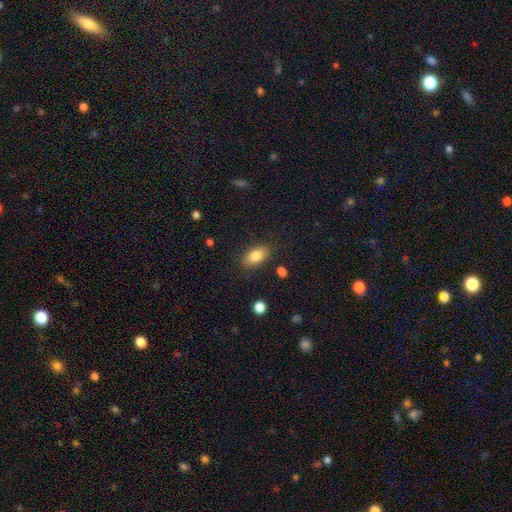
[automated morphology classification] Overall: smooth (83%). How rounded: in between (90%). Merging: none (84%).